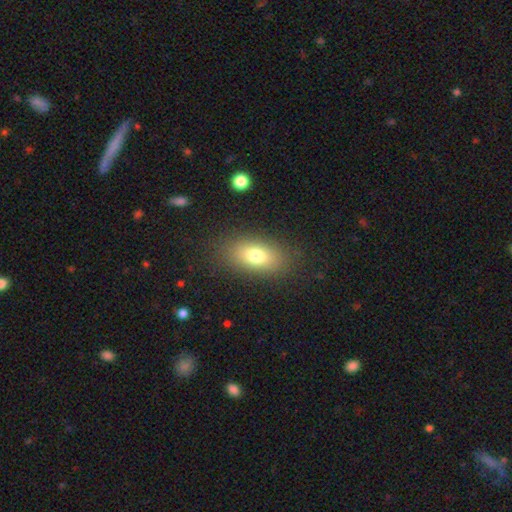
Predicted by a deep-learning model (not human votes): Smooth or featured? Predicted: smooth (p=0.75). How rounded? Predicted: in between (p=0.85). Merging? Predicted: none (p=0.85).